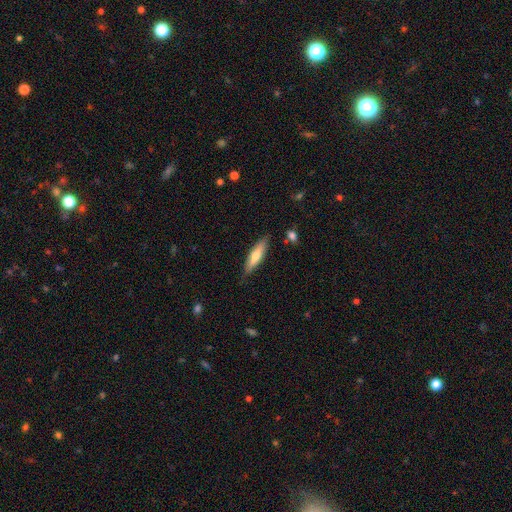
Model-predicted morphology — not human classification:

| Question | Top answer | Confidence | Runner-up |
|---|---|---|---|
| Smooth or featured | smooth | 61% | featured or disk (33%) |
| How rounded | cigar-shaped | 71% | in between (28%) |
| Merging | none | 82% | minor disturbance (13%) |